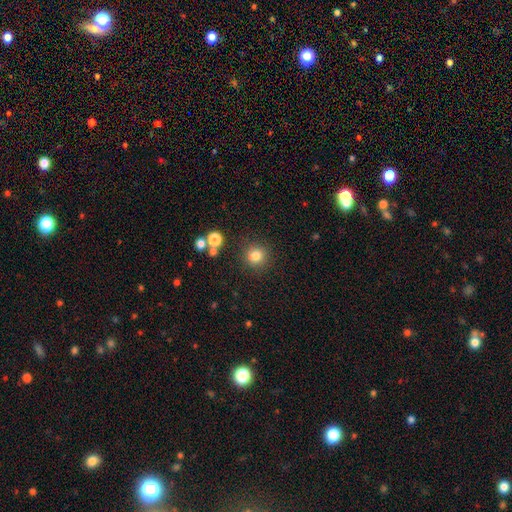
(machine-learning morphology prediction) smooth-or-featured: smooth: 81% | star or artifact: 13% | featured or disk: 6%
  how-rounded: round: 92% | in between: 7% | cigar-shaped: 1%
  merging: none: 85% | minor disturbance: 8% | merger: 4% | major disturbance: 3%